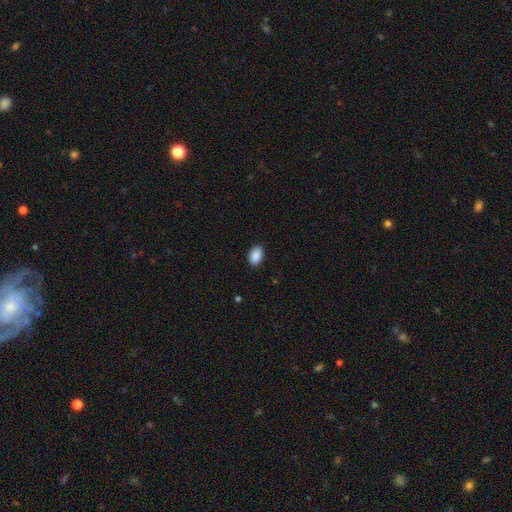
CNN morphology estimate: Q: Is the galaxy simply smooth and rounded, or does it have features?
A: smooth — 90%.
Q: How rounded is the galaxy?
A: in between — 90%.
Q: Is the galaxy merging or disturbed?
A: none — 89%.